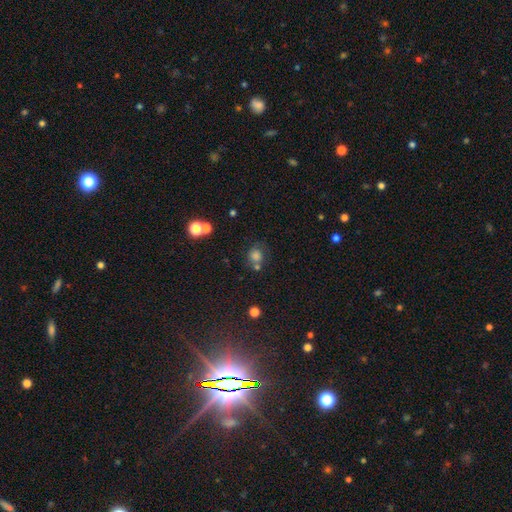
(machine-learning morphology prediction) The model was most divided on "merging": none: 57%, merger: 17%, minor disturbance: 17%, major disturbance: 9%. More confident: how rounded — round (80%); smooth or featured — smooth (74%).